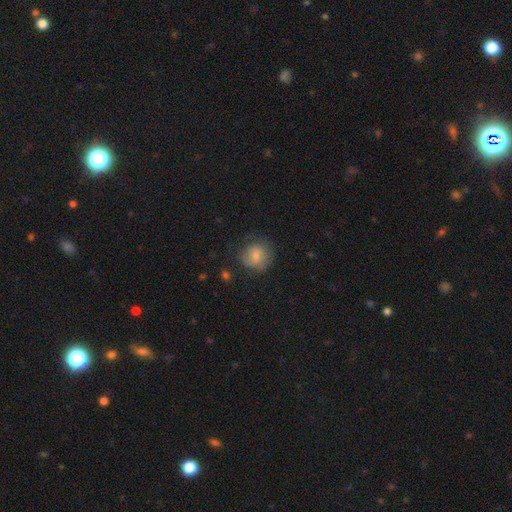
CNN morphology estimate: The model was most divided on "merging": none: 64%, minor disturbance: 23%, major disturbance: 11%, merger: 2%. More confident: how rounded — round (84%); smooth or featured — smooth (75%).